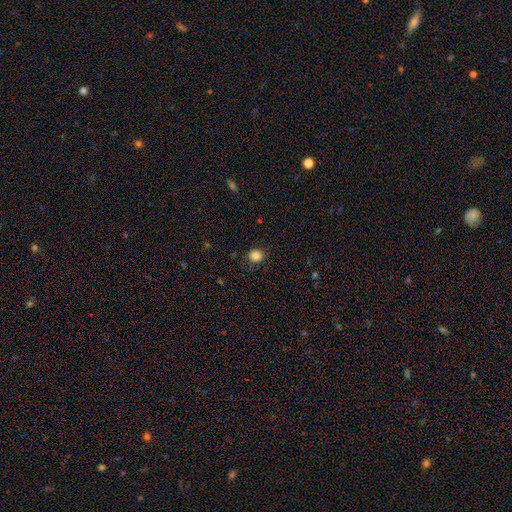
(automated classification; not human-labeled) smooth_or_featured: smooth (p=0.83) [alt: star or artifact p=0.11]
how_rounded: round (p=0.82) [alt: in between p=0.18]
merging: none (p=0.82) [alt: minor disturbance p=0.13]